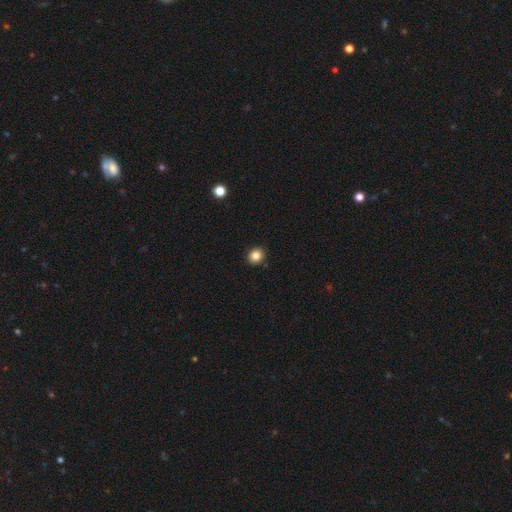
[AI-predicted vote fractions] Smooth or featured: smooth — 84% (star or artifact — 11%)
How rounded: round — 77% (in between — 22%)
Merging: none — 91% (minor disturbance — 6%)